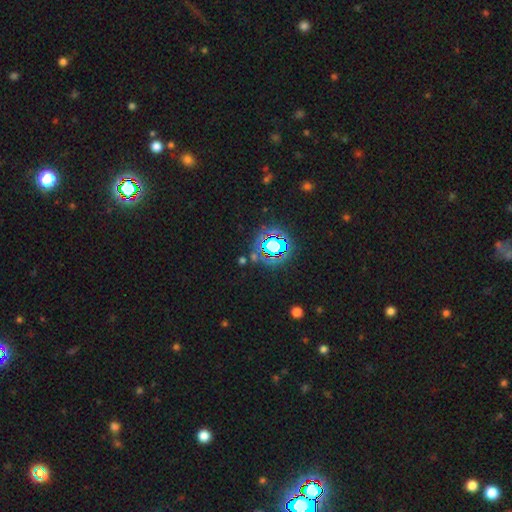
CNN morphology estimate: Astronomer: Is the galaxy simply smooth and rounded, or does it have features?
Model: star or artifact — 76%.